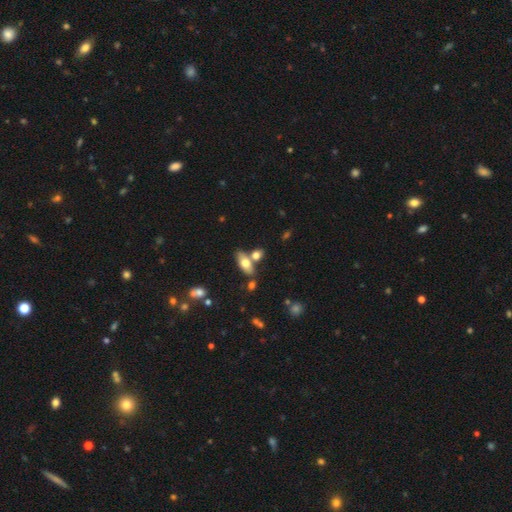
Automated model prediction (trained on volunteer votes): Smooth or featured? smooth (69%)
How rounded? in between (74%)
Merging? none (51%)